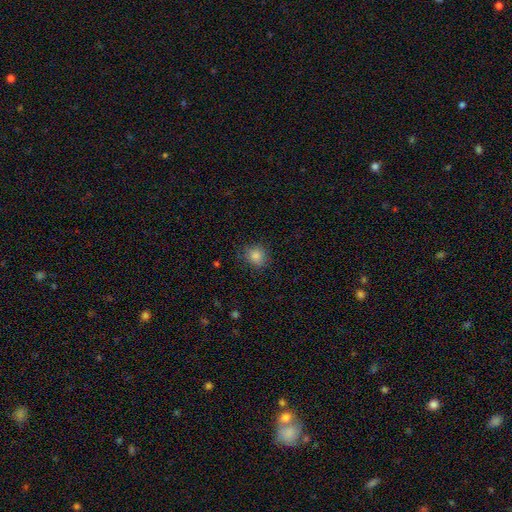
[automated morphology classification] Smooth or featured: smooth — 84% (star or artifact — 12%)
How rounded: round — 77% (in between — 22%)
Merging: none — 84% (minor disturbance — 12%)